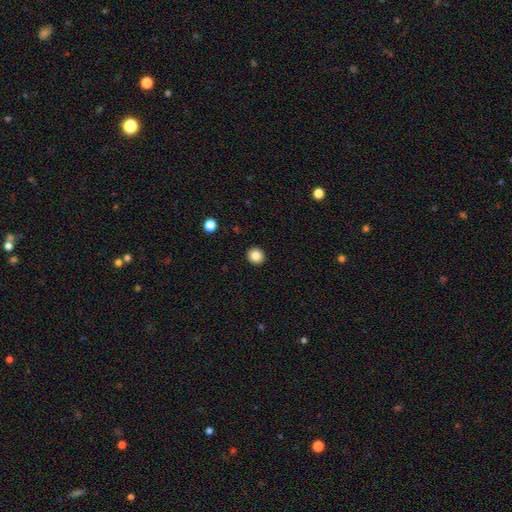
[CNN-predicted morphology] type=smooth (85%); roundness=round (85%); merging=none (93%).